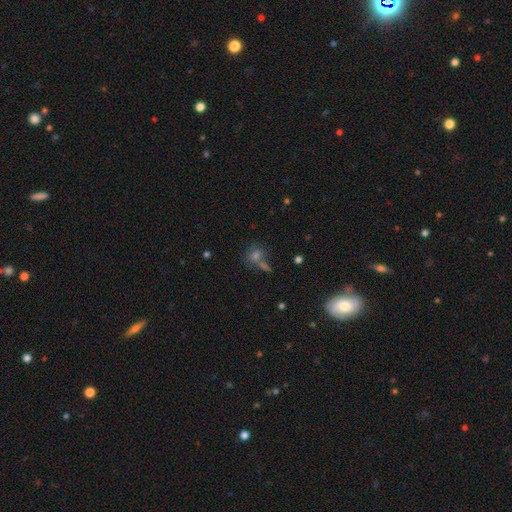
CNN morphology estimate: A smooth galaxy with no disk features (56%) that is round (65%). Merging: none (56%).